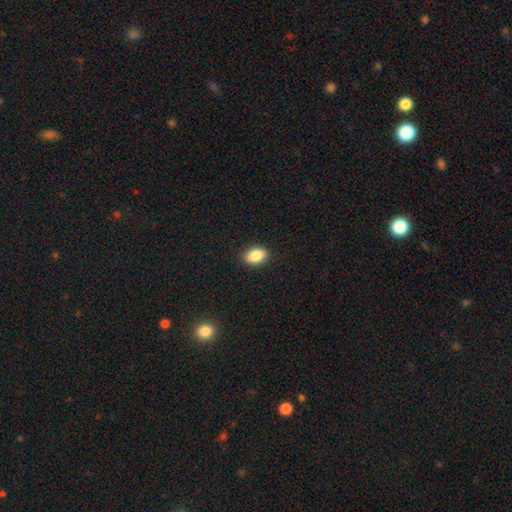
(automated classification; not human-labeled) Smooth or featured?
  - smooth: 85% *
  - star or artifact: 8%
  - featured or disk: 7%
How rounded?
  - in between: 86% *
  - round: 11%
  - cigar-shaped: 3%
Merging?
  - none: 89% *
  - minor disturbance: 8%
  - major disturbance: 2%
  - merger: 1%